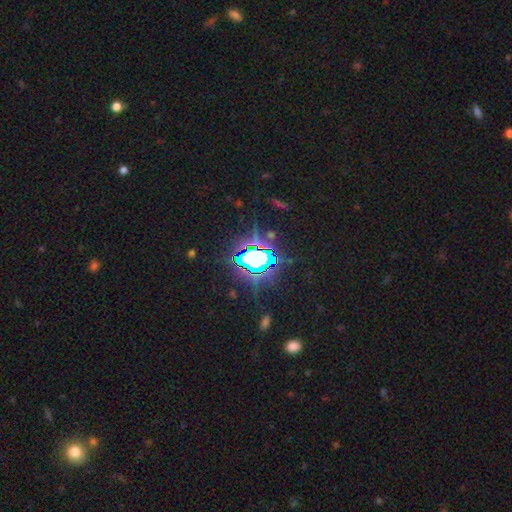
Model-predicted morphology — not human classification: Overall: star or artifact (77%).